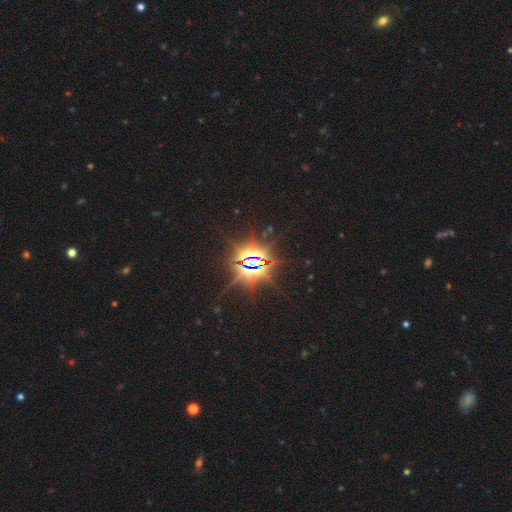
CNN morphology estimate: smooth_or_featured: star or artifact (p=0.86) [alt: featured or disk p=0.08]